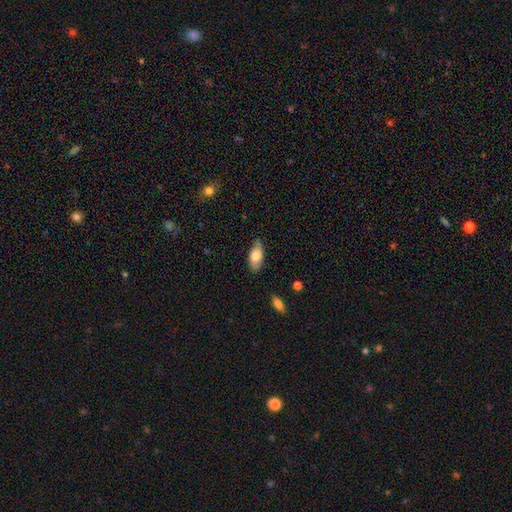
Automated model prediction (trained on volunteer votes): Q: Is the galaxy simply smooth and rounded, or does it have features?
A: smooth — 77%.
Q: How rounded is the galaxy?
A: in between — 87%.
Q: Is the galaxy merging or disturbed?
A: none — 81%.